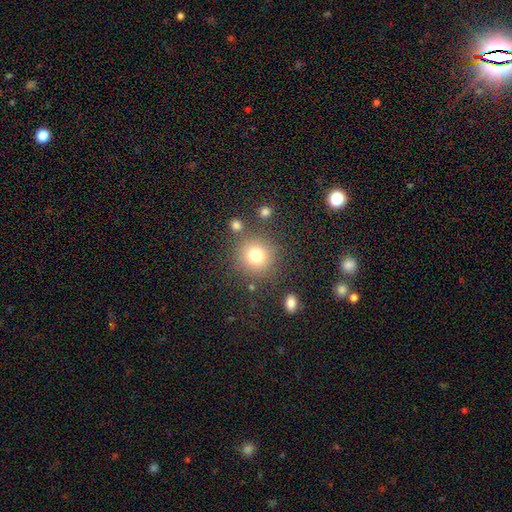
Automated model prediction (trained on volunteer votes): This is likely a smooth galaxy (76%). How rounded: clearly round (93%). Merging: clearly none (80%).